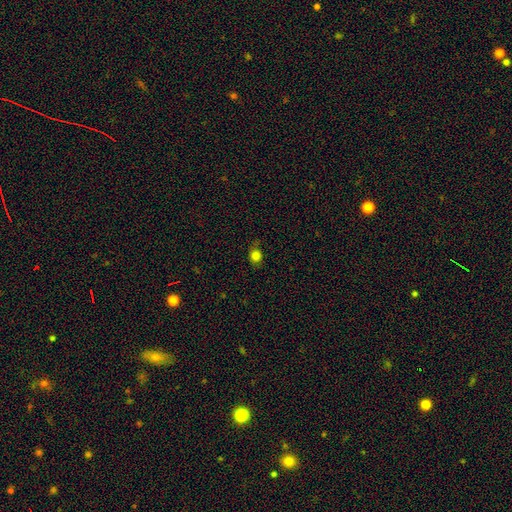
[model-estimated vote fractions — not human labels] smooth_or_featured: smooth (p=0.80) [alt: star or artifact p=0.14]
how_rounded: round (p=0.70) [alt: in between p=0.29]
merging: none (p=0.74) [alt: minor disturbance p=0.20]